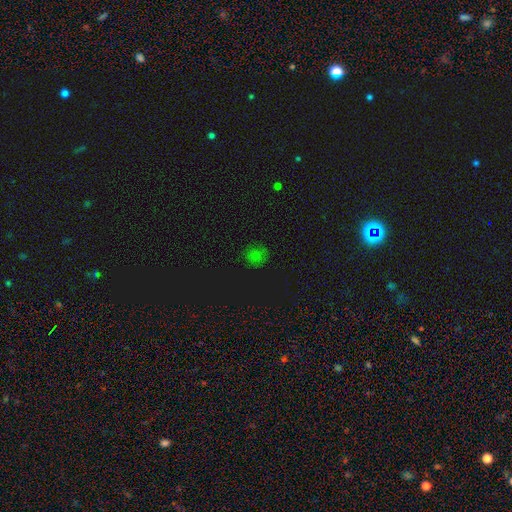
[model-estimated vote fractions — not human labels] Morphology: type=smooth (68%); roundness=round (86%); merging=none (80%).